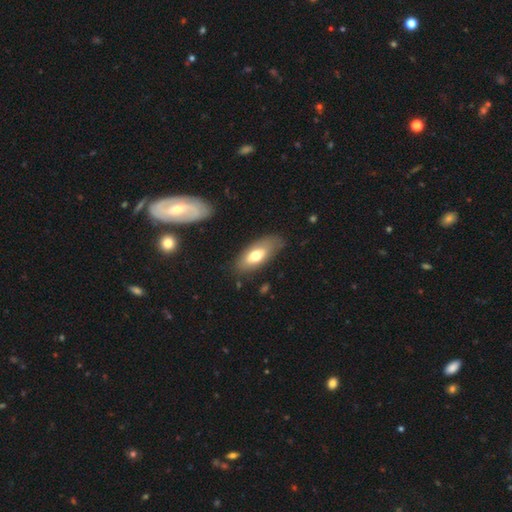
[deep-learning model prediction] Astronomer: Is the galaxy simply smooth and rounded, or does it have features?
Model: smooth — 65%.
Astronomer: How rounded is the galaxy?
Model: in between — 83%.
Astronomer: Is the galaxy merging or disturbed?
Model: none — 77%.